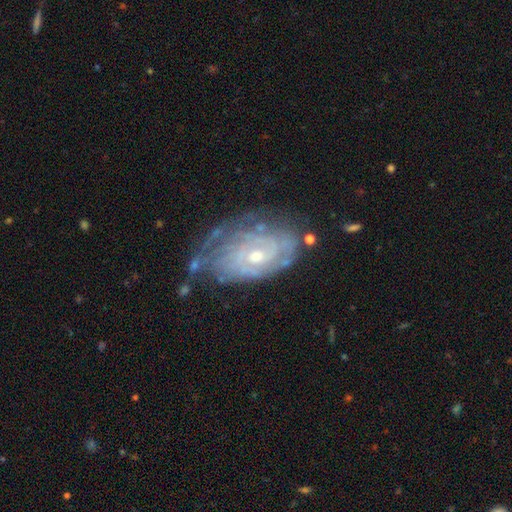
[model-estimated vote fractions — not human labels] featured or disk 82%, smooth 11%, star or artifact 7%. Down the decision tree: edge-on disk — no (95%); bar — no (65%); spiral arms — yes (90%); spiral arm count — can't tell (50%); spiral winding — tight (73%); bulge size — small (48%); merging — none (56%).